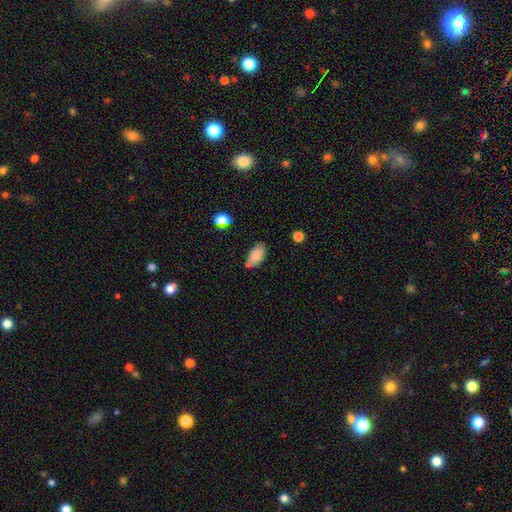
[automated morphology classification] A smooth galaxy with no disk features (83%) that is in between round and cigar-shaped (91%). Merging: none (73%).